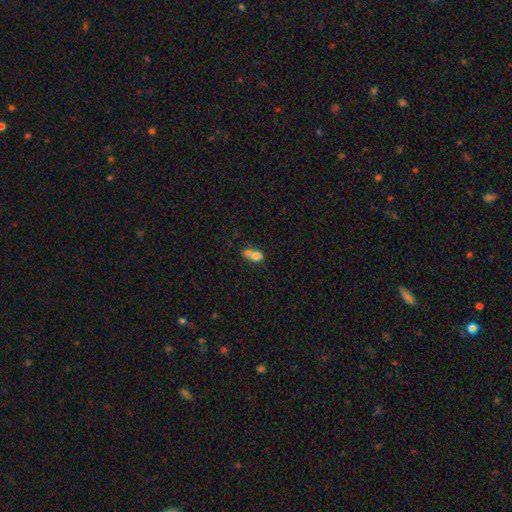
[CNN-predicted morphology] This is likely a smooth galaxy (70%). How rounded: possibly in between (56%). Merging: likely merger (66%).